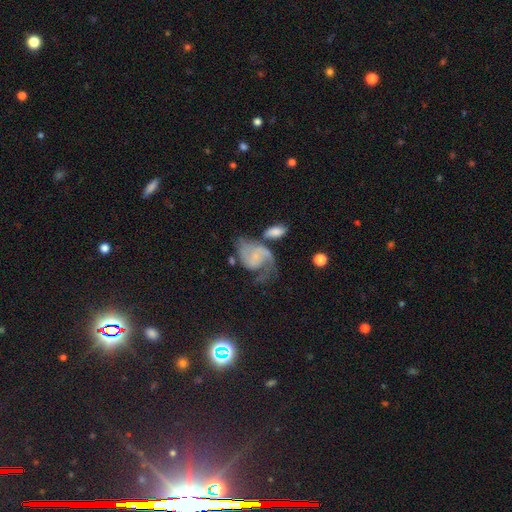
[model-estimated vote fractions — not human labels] Smooth or featured?
  - featured or disk: 76% *
  - smooth: 17%
  - star or artifact: 7%
Edge-on disk?
  - no: 98% *
  - yes: 2%
Bar?
  - no: 61% *
  - weak: 32%
  - strong: 7%
Spiral arms?
  - yes: 92% *
  - no: 8%
Spiral winding?
  - medium: 45% *
  - loose: 35%
  - tight: 20%
Spiral arm count?
  - 2: 67% *
  - 1: 19%
  - can't tell: 8%
  - 3: 3%
  - 4: 1%
  - more than 4: 1%
Bulge size?
  - small: 53% *
  - none: 31%
  - moderate: 12%
  - large: 3%
  - dominant: 1%
Merging?
  - none: 34% *
  - major disturbance: 29%
  - minor disturbance: 20%
  - merger: 16%